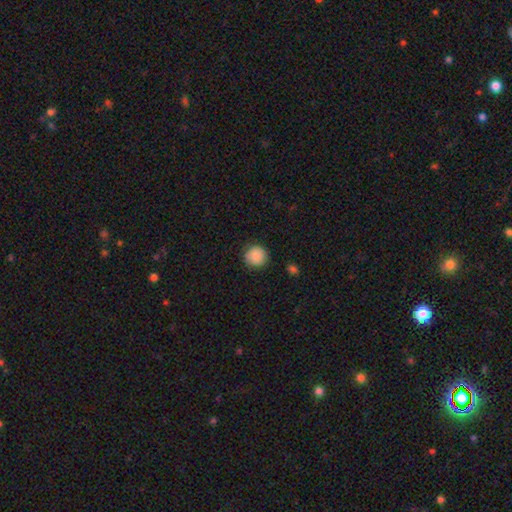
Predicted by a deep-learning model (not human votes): Q: Smooth or featured?
A: smooth (88%); runner-up: star or artifact (8%)
Q: How rounded?
A: round (92%); runner-up: in between (7%)
Q: Merging?
A: none (86%); runner-up: minor disturbance (11%)